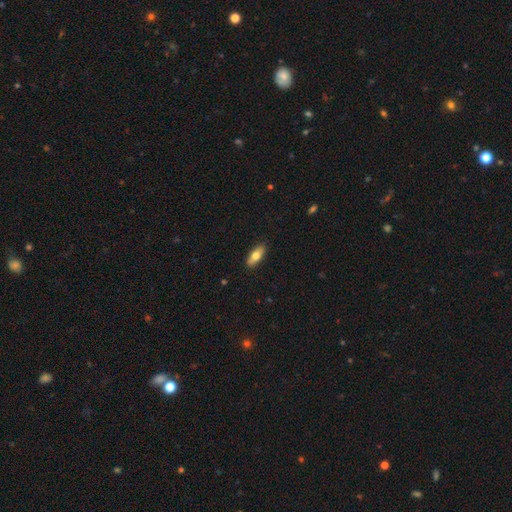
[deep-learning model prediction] This is likely a smooth galaxy (70%). How rounded: likely in between (73%). Merging: clearly none (88%).